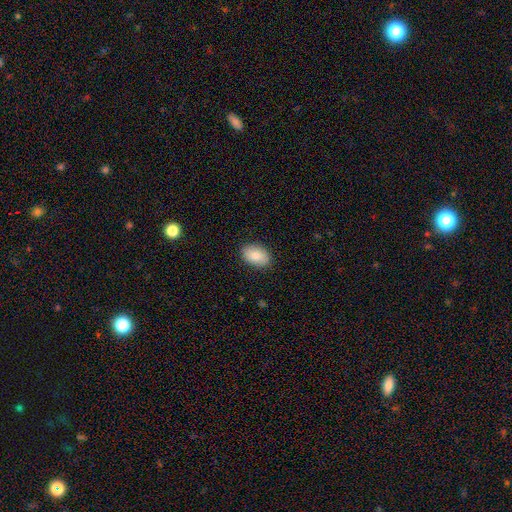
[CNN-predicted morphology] Smooth or featured: smooth — 82% (featured or disk — 11%)
How rounded: in between — 88% (round — 11%)
Merging: none — 88% (minor disturbance — 10%)